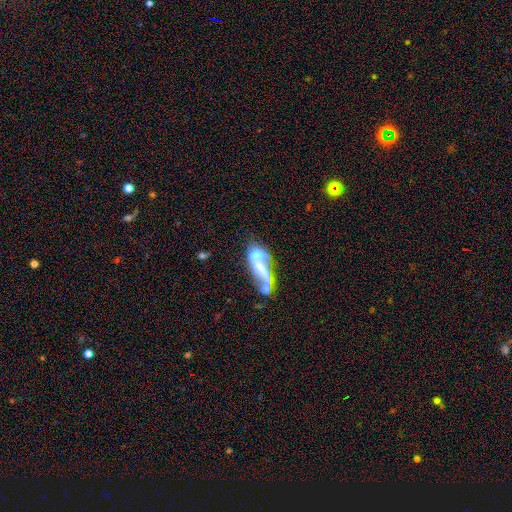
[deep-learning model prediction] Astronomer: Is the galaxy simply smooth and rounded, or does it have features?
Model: featured or disk — 55% (runner-up: smooth, 34%).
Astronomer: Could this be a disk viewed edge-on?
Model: no — 84%.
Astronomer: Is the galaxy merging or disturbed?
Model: merger — 42% (runner-up: major disturbance, 24%).